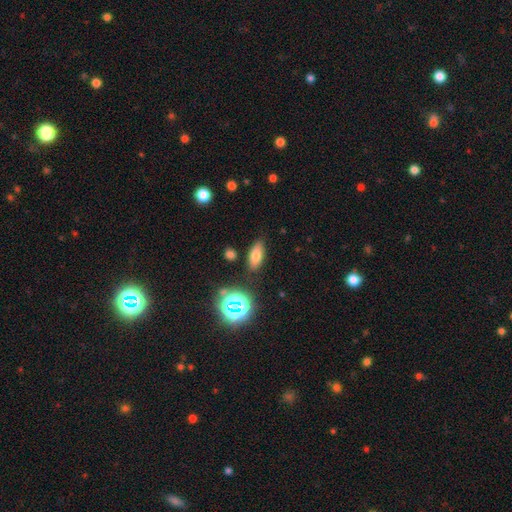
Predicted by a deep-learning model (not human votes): This appears to be a smooth galaxy with no disk features (70%) that is in between round and cigar-shaped (78%). Merging: none (83%).